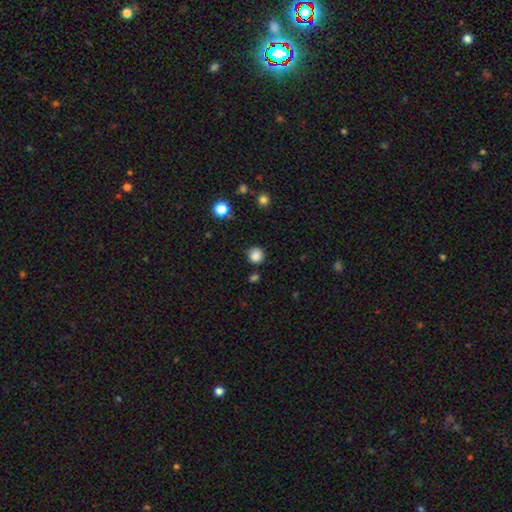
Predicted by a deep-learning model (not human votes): smooth 85%, star or artifact 11%, featured or disk 3%. Down the decision tree: how rounded — round (92%); merging — none (86%).